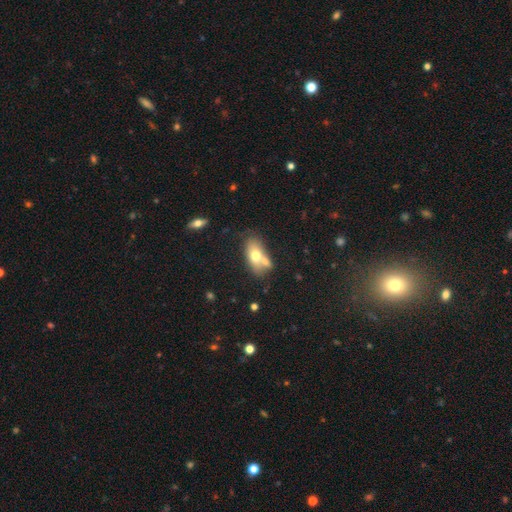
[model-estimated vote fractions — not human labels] This appears to be a smooth galaxy with no disk features (66%) that is in between round and cigar-shaped (85%). Merging: merger (43%).